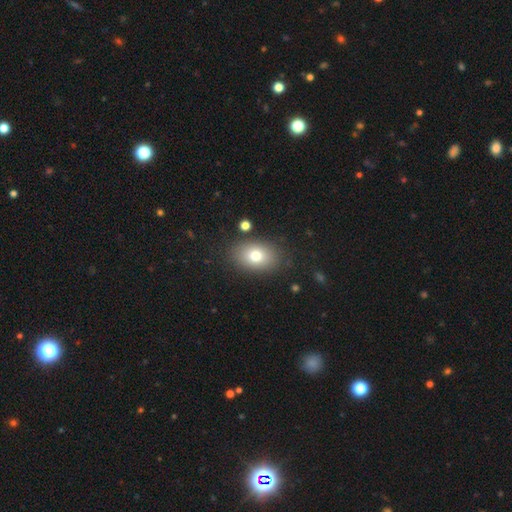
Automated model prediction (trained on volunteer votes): The model was most divided on "how rounded": in between: 79%, round: 20%, cigar-shaped: 1%. More confident: merging — none (84%); smooth or featured — smooth (77%).